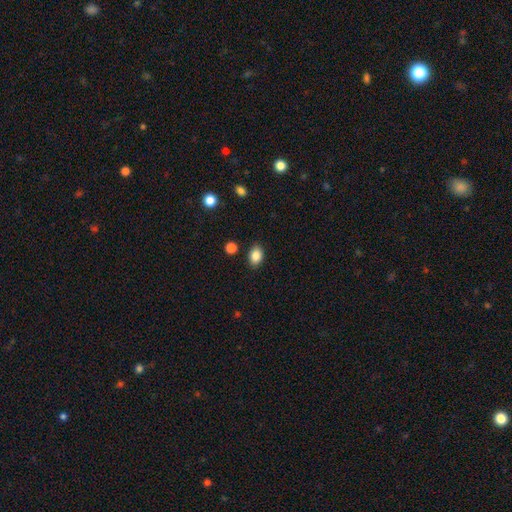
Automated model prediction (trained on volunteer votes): smooth 85%, star or artifact 9%, featured or disk 6%. Down the decision tree: how rounded — in between (75%); merging — none (86%).